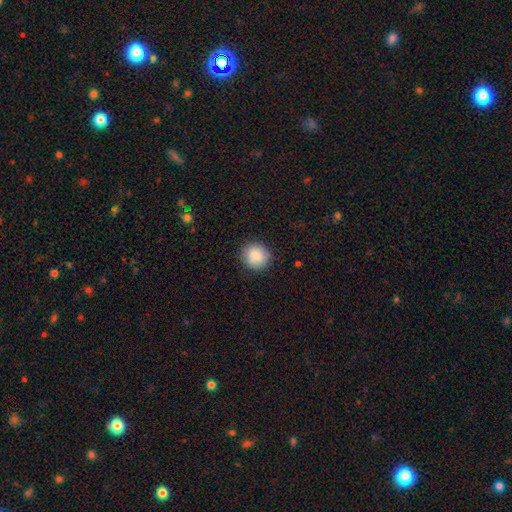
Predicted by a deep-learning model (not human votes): Smooth or featured? smooth (89%)
How rounded? round (85%)
Merging? none (89%)